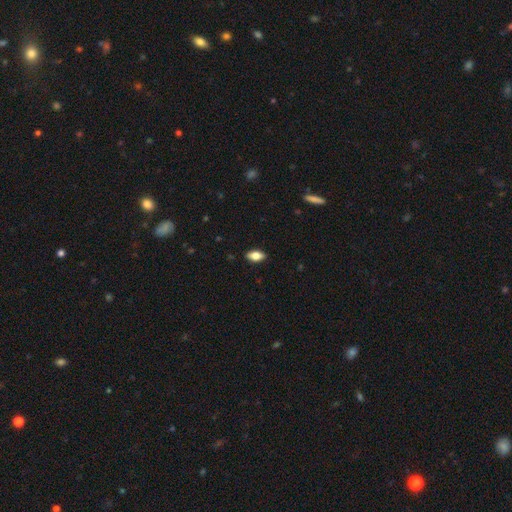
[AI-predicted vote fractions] Morphology: type=smooth (72%); roundness=in between (87%); merging=none (88%).